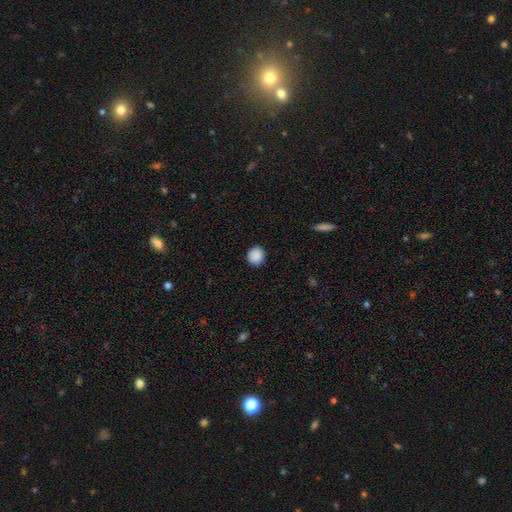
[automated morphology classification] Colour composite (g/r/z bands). It shows a smooth galaxy with no disk features (90%) that is round (80%). Merging: none (91%).